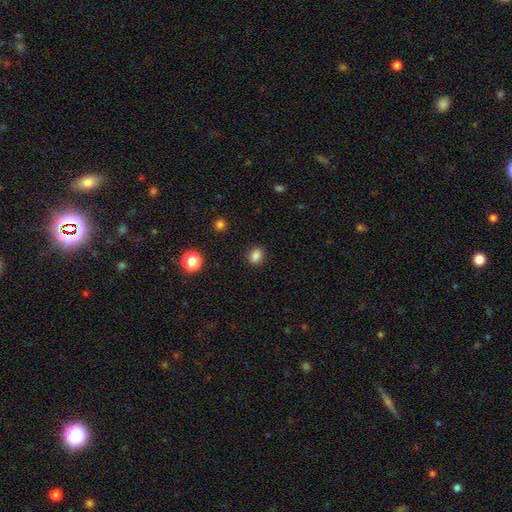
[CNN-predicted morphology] Smooth or featured: smooth — 85% (star or artifact — 12%)
How rounded: round — 65% (in between — 34%)
Merging: none — 90% (minor disturbance — 7%)